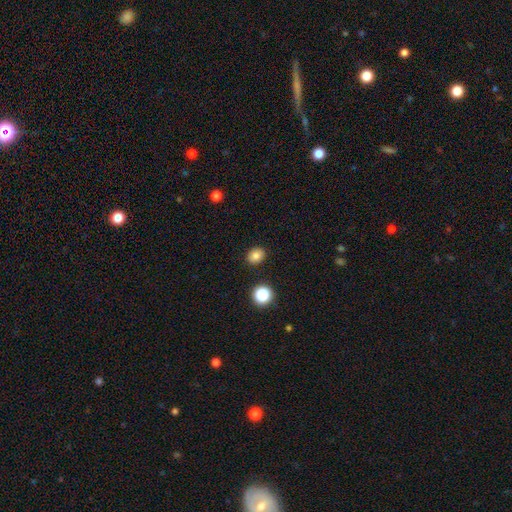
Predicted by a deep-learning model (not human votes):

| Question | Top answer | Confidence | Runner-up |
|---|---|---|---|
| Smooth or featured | smooth | 81% | star or artifact (12%) |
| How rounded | round | 51% | in between (48%) |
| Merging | none | 89% | minor disturbance (7%) |